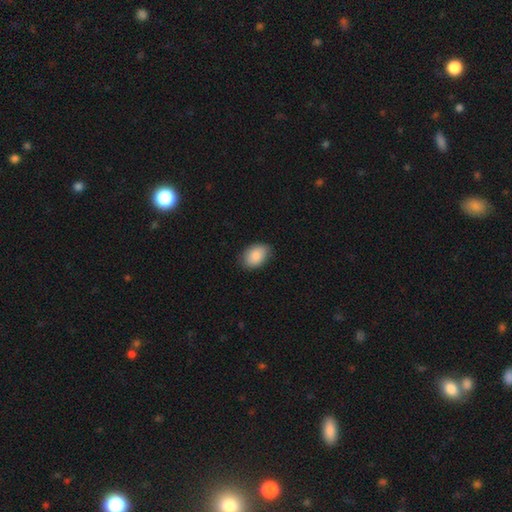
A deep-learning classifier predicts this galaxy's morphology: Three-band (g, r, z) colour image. It shows a smooth galaxy with no disk features (88%) that is in between round and cigar-shaped (86%). Merging: none (82%).